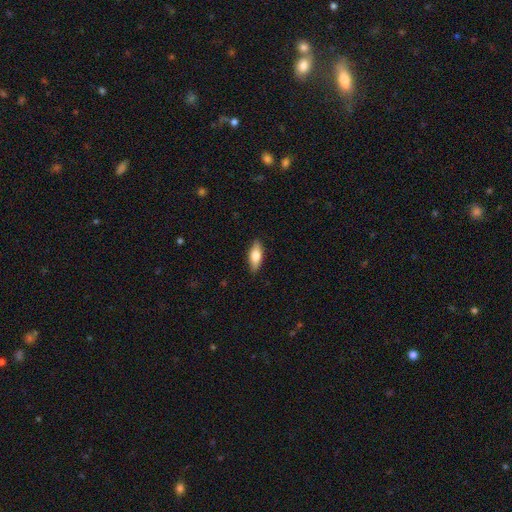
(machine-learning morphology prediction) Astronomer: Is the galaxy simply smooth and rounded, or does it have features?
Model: smooth — 68%.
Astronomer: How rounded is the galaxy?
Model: in between — 72%.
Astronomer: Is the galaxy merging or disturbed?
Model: none — 88%.